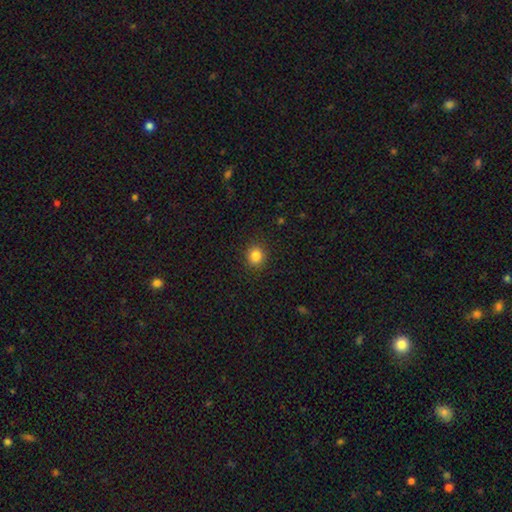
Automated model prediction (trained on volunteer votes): smooth 84%, star or artifact 11%, featured or disk 5%. Down the decision tree: how rounded — round (82%); merging — none (90%).